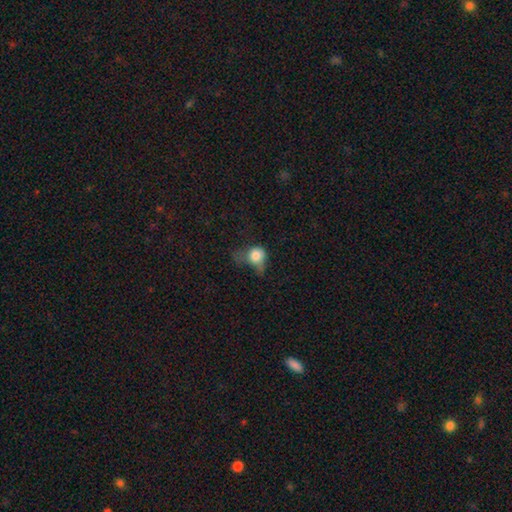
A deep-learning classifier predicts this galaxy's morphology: Overall: smooth (74%). How rounded: round (57%; in between 41%). Merging: major disturbance (47%; minor disturbance 29%).